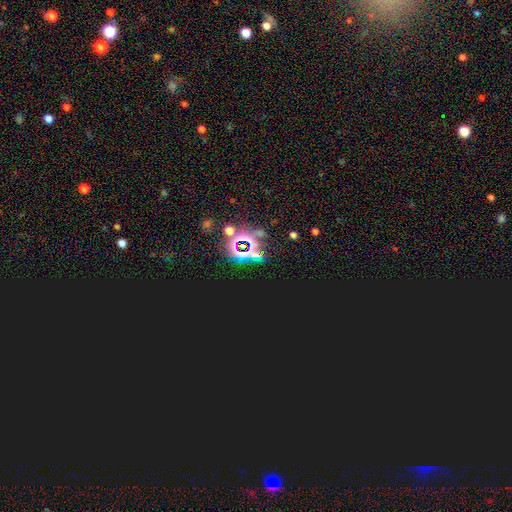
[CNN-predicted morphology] A star or artifact, not a galaxy (80%).